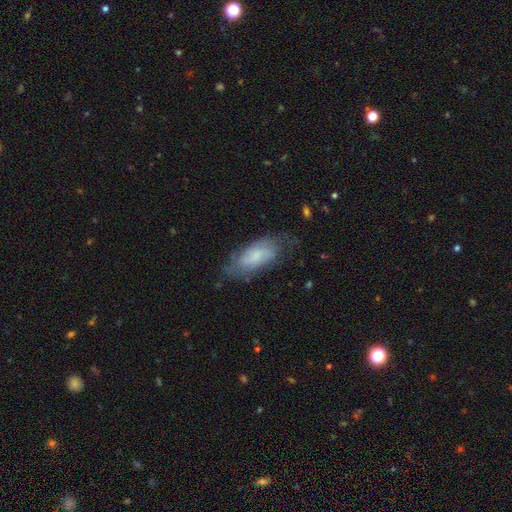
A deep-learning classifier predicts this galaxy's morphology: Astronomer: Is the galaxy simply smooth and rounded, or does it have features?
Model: smooth — 47% (runner-up: featured or disk, 45%).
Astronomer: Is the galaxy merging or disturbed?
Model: none — 65%.